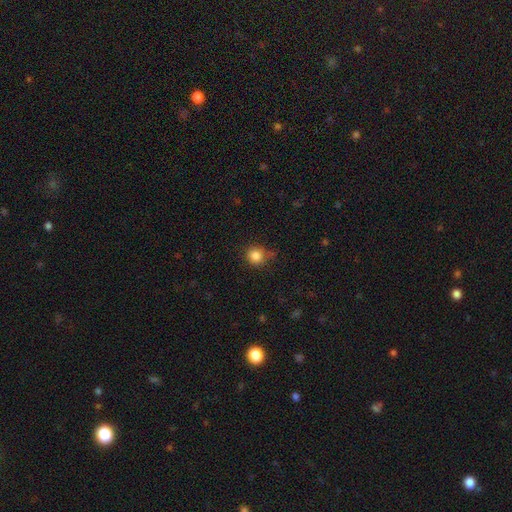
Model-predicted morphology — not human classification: Q: Smooth or featured?
A: smooth (84%); runner-up: star or artifact (11%)
Q: How rounded?
A: round (87%); runner-up: in between (12%)
Q: Merging?
A: none (74%); runner-up: minor disturbance (19%)